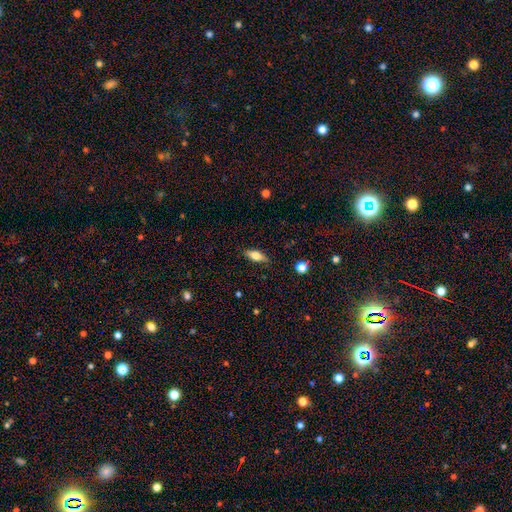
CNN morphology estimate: This is likely a smooth galaxy (64%). How rounded: likely in between (69%). Merging: clearly none (84%).